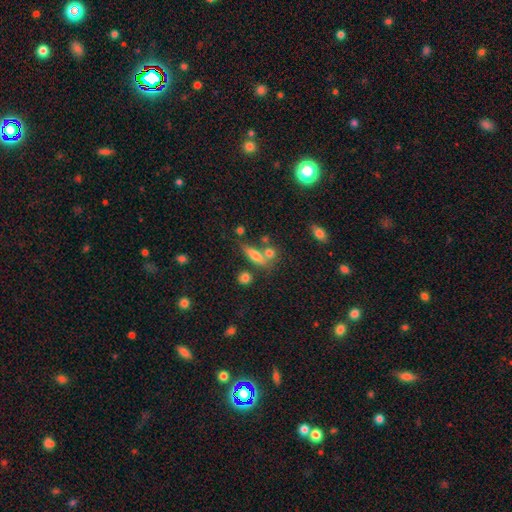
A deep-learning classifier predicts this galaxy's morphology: Smooth or featured: smooth — 67% (featured or disk — 21%)
How rounded: cigar-shaped — 53% (in between — 39%)
Merging: none — 55% (merger — 24%)